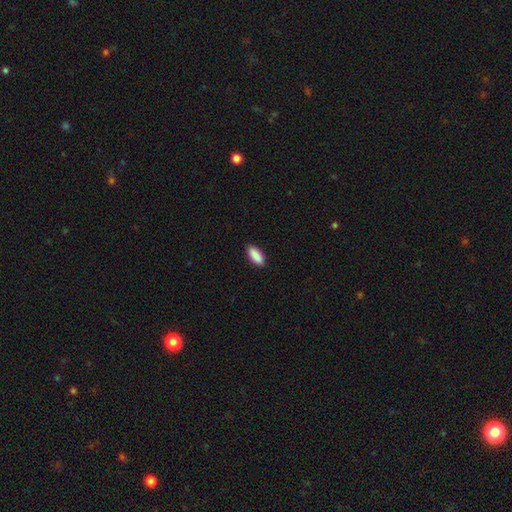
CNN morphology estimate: smooth-or-featured: smooth: 90% | star or artifact: 6% | featured or disk: 4%
  how-rounded: in between: 82% | cigar-shaped: 16% | round: 2%
  merging: none: 90% | minor disturbance: 8% | major disturbance: 2% | merger: 1%